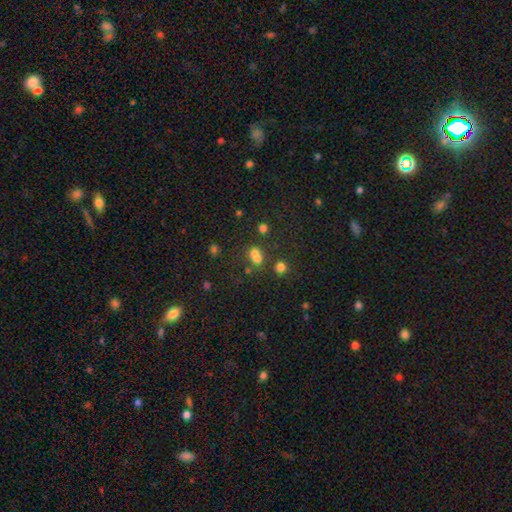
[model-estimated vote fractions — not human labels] smooth_or_featured: smooth (p=0.65) [alt: star or artifact p=0.24]
how_rounded: round (p=0.53) [alt: in between p=0.45]
merging: merger (p=0.42) [alt: none p=0.41]